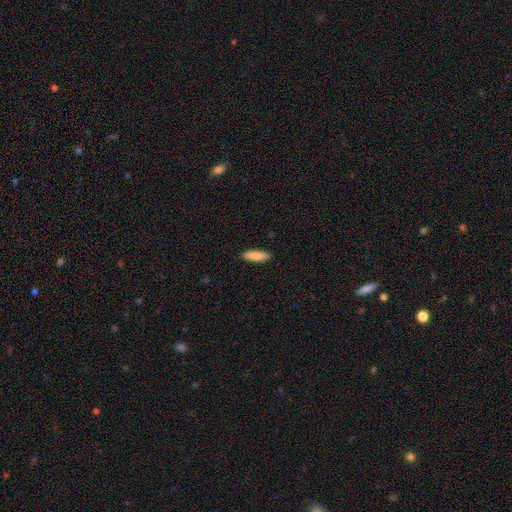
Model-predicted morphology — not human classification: This is clearly a smooth galaxy (88%). How rounded: likely cigar-shaped (61%). Merging: clearly none (90%).